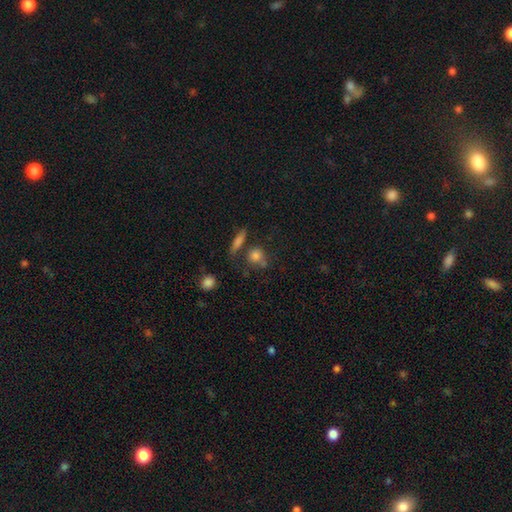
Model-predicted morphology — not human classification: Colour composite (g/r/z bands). It shows a smooth galaxy with no disk features (77%) that is round (76%). Merging: none (60%).